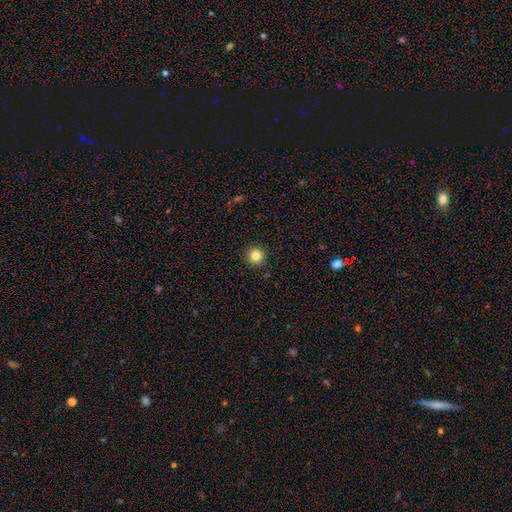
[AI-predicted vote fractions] Smooth or featured: smooth — 83% (star or artifact — 12%)
How rounded: round — 95% (in between — 4%)
Merging: none — 93% (minor disturbance — 5%)